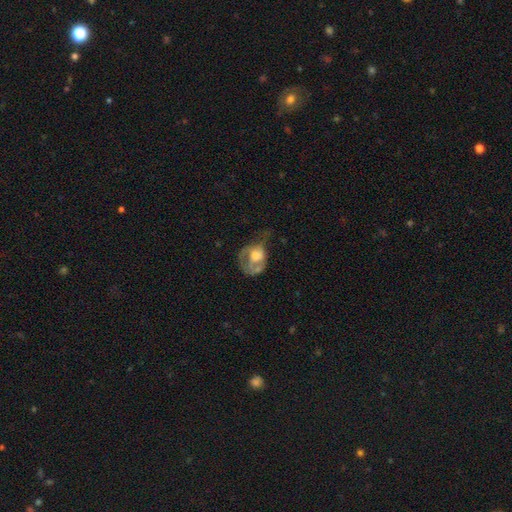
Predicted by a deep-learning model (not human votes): This appears to be a featured or disk galaxy (49%). Merging: major disturbance (47%).